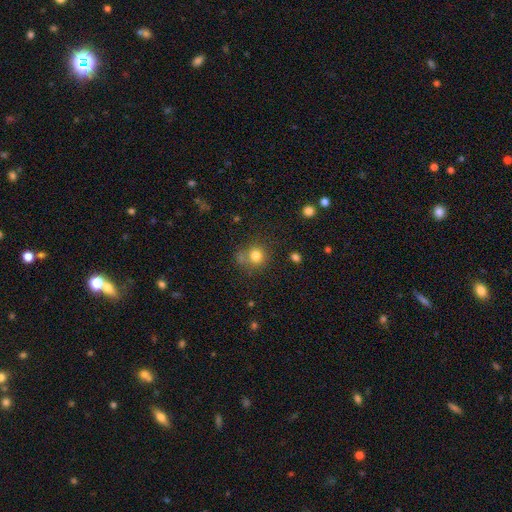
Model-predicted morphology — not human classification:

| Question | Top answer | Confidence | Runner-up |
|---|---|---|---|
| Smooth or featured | smooth | 79% | star or artifact (13%) |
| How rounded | round | 87% | in between (12%) |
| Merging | none | 66% | minor disturbance (14%) |